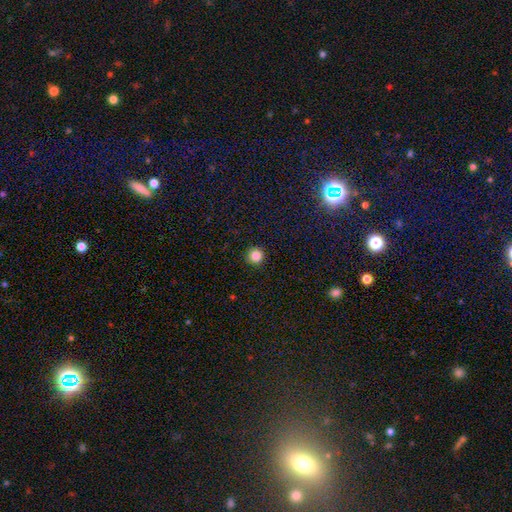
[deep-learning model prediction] Smooth or featured? Predicted: smooth (p=0.85). How rounded? Predicted: round (p=0.96). Merging? Predicted: none (p=0.93).